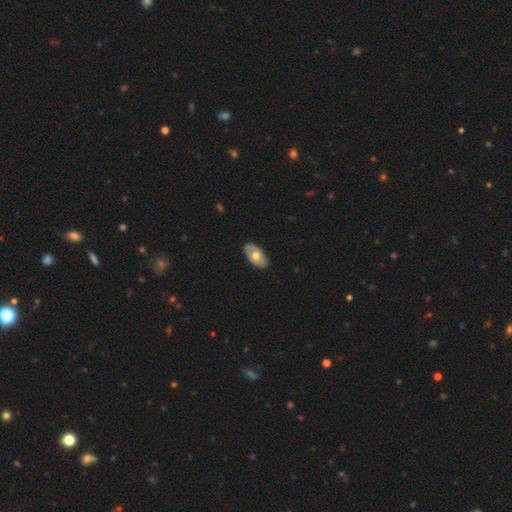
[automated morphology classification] Smooth or featured? Predicted: smooth (p=0.57). How rounded? Predicted: in between (p=0.93). Merging? Predicted: none (p=0.85).